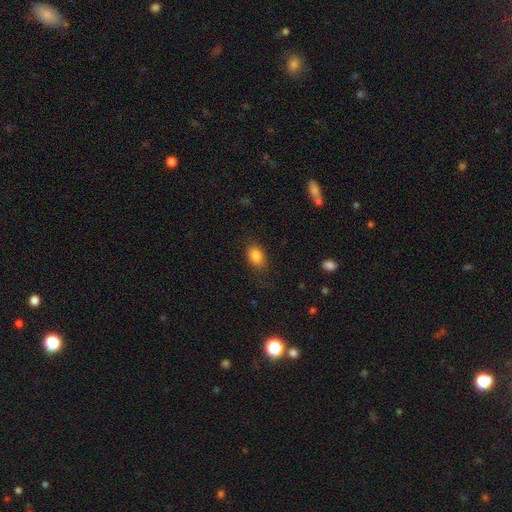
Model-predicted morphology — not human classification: Q: Smooth or featured?
A: smooth (84%); runner-up: star or artifact (9%)
Q: How rounded?
A: in between (76%); runner-up: round (22%)
Q: Merging?
A: none (78%); runner-up: minor disturbance (16%)